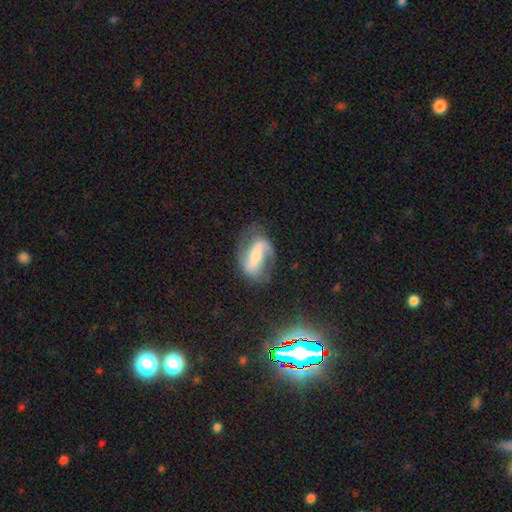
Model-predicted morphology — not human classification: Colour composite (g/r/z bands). It shows a featured or disk galaxy (76%) with a strong bar (57%), 2 (83%) loose (44%) spiral arms (90%) and a small central bulge (39%). Merging: none (64%).